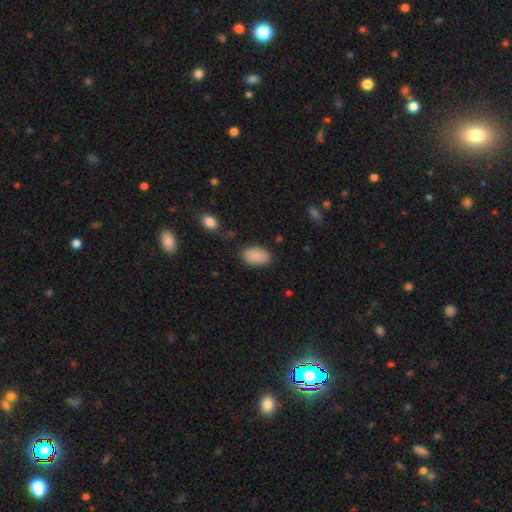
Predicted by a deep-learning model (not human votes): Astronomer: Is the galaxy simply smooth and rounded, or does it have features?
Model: smooth — 89%.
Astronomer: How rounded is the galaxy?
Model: in between — 91%.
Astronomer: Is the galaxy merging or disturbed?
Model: none — 81%.